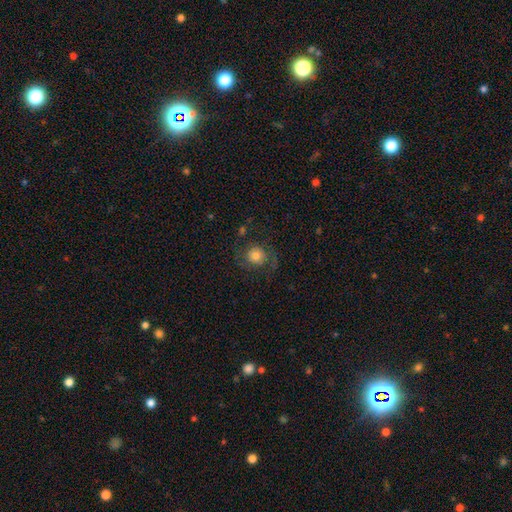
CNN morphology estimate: Smooth or featured: smooth — 60% (featured or disk — 31%)
How rounded: round — 84% (in between — 15%)
Merging: none — 65% (minor disturbance — 17%)